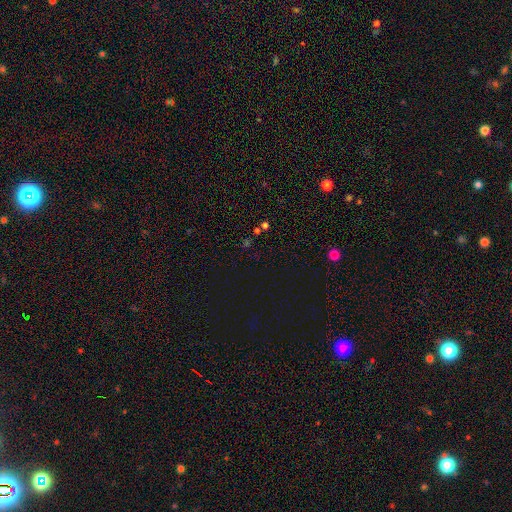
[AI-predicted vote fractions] A star or artifact, not a galaxy (64%).